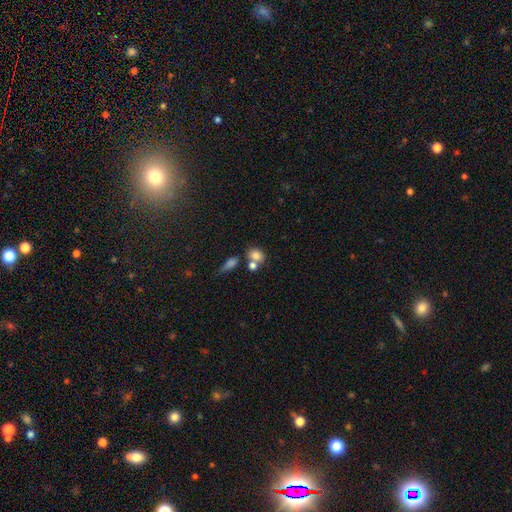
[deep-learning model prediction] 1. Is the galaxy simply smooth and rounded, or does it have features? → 79% smooth, 10% star or artifact, 10% featured or disk.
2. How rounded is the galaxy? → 59% in between, 39% round, 2% cigar-shaped.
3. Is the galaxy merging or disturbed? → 43% none, 39% merger, 12% minor disturbance, 6% major disturbance.